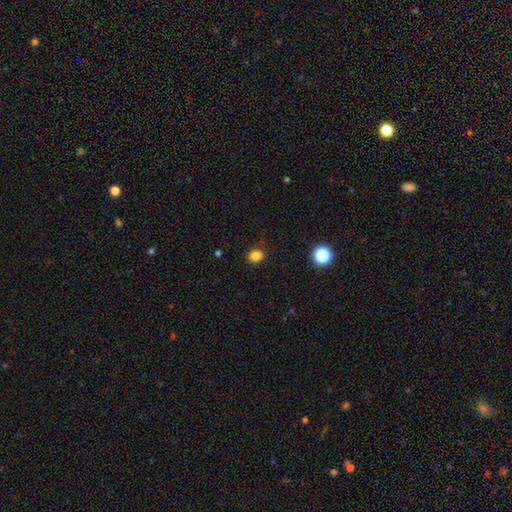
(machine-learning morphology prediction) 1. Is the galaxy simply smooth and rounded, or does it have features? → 82% smooth, 13% star or artifact, 5% featured or disk.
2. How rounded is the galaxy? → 57% round, 42% in between, 1% cigar-shaped.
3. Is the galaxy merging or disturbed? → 82% none, 13% minor disturbance, 3% major disturbance, 2% merger.